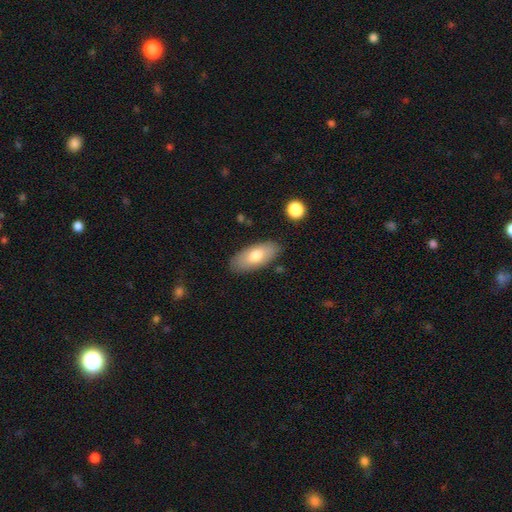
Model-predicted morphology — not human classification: This appears to be a smooth galaxy with no disk features (72%) that is in between round and cigar-shaped (87%). Merging: none (84%).